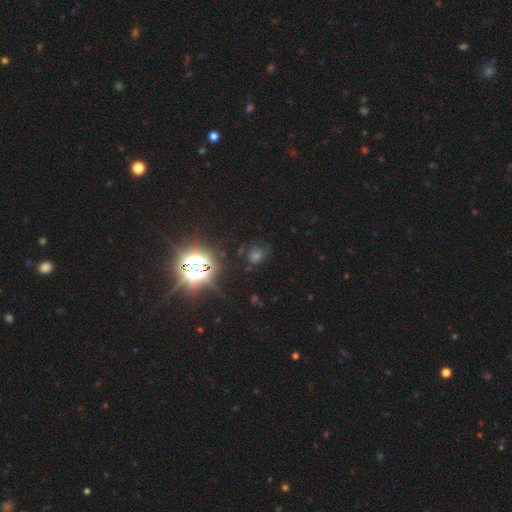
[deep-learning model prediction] This is likely a star or artifact rather than a galaxy (62%).